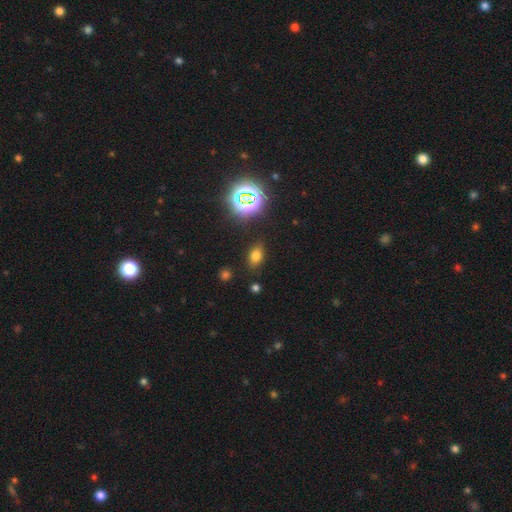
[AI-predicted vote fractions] smooth-or-featured: smooth: 68% | star or artifact: 24% | featured or disk: 8%
  how-rounded: in between: 82% | round: 15% | cigar-shaped: 3%
  merging: none: 83% | minor disturbance: 11% | major disturbance: 3% | merger: 2%